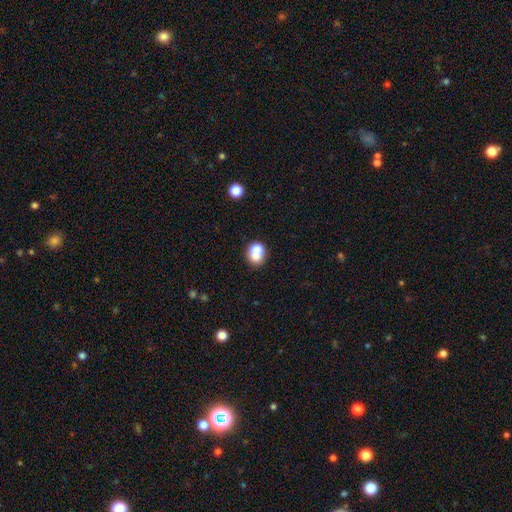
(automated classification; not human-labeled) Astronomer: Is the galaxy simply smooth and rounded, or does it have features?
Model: smooth — 70%.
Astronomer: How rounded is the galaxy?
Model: round — 69%.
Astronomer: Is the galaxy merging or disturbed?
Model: merger — 48% (runner-up: none, 38%).